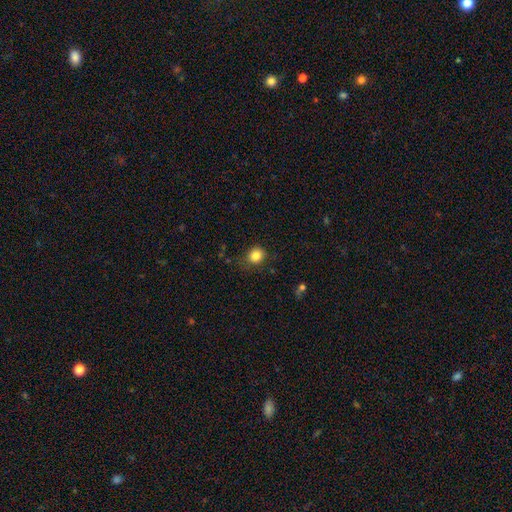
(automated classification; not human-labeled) A smooth galaxy with no disk features (84%) that is round (77%). Merging: none (77%).